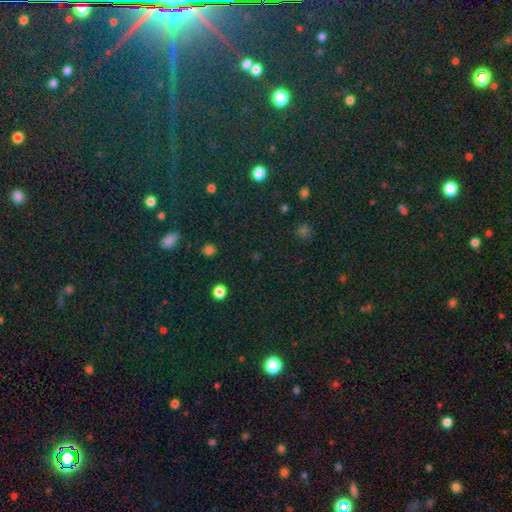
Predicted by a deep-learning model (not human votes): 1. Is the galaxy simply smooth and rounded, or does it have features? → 75% star or artifact, 16% smooth, 8% featured or disk.